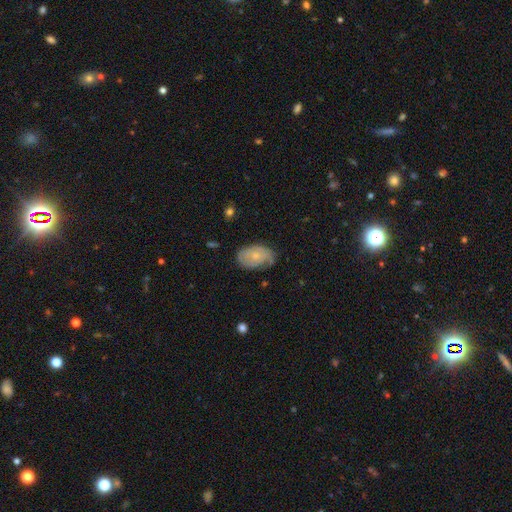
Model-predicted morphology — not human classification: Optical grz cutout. It shows a smooth galaxy with no disk features (53%) that is in between round and cigar-shaped (87%). Merging: none (60%).